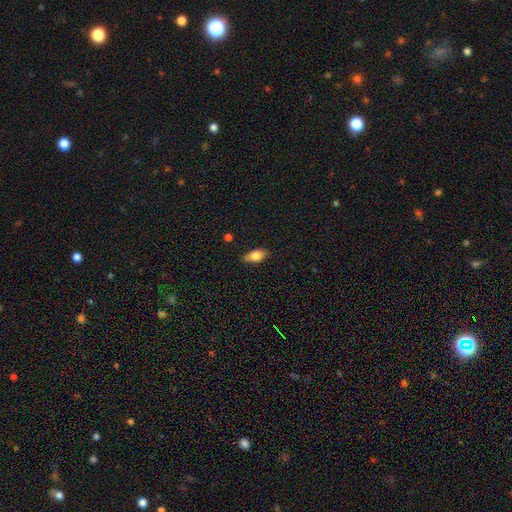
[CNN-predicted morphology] Overall: smooth (77%). How rounded: in between (85%). Merging: none (84%).